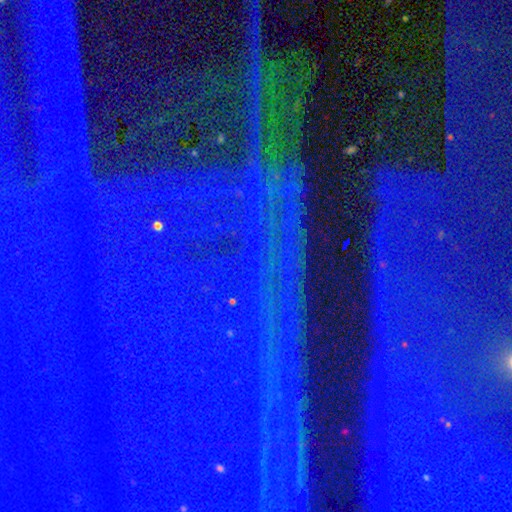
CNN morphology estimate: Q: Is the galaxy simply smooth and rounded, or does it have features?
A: star or artifact — 87%.